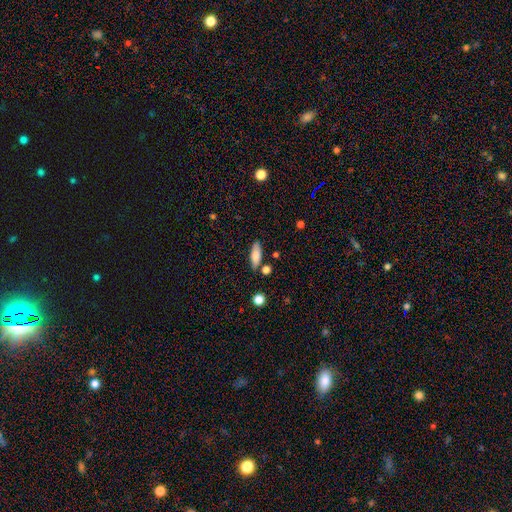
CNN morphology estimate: Smooth or featured? smooth (78%)
How rounded? in between (64%)
Merging? none (76%)